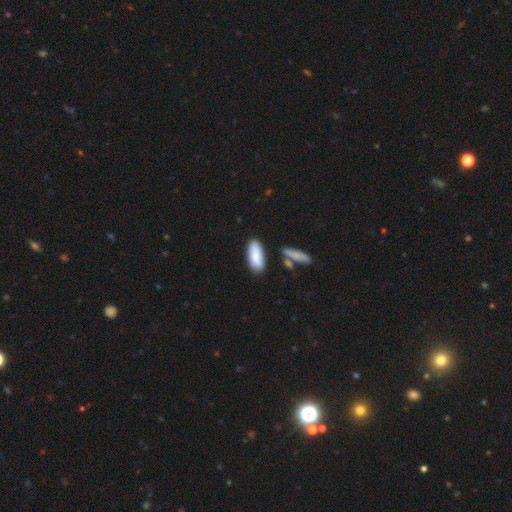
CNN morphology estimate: The model was most divided on "how rounded": in between: 79%, cigar-shaped: 19%, round: 2%. More confident: smooth or featured — smooth (84%); merging — none (78%).